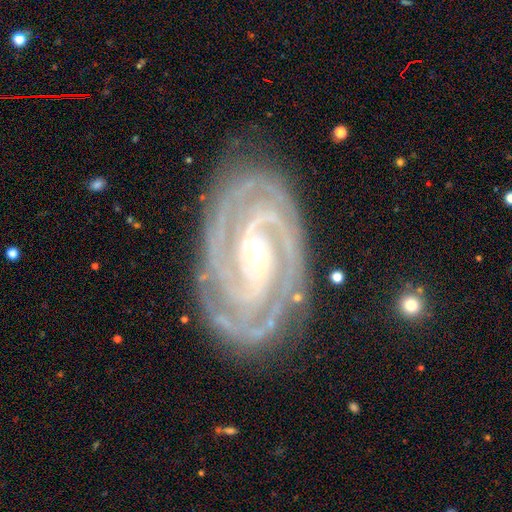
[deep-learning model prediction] This appears to be a featured or disk galaxy (93%) with no bar (43%), 2 (47%) tight (79%) spiral arms (99%) and a small central bulge (78%). Merging: none (82%).